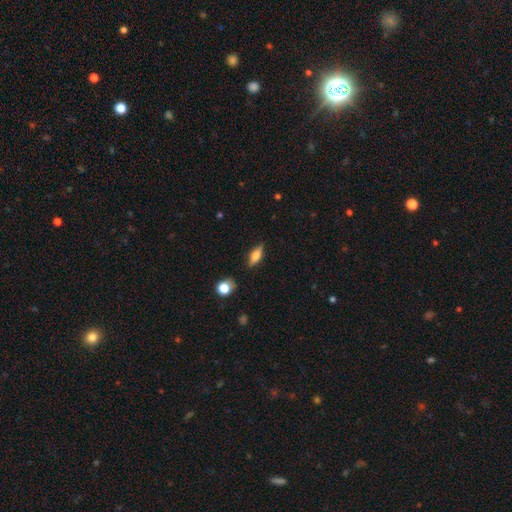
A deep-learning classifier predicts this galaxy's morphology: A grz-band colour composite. It shows a smooth galaxy with no disk features (52%) that is in between round and cigar-shaped (58%). Merging: none (82%).